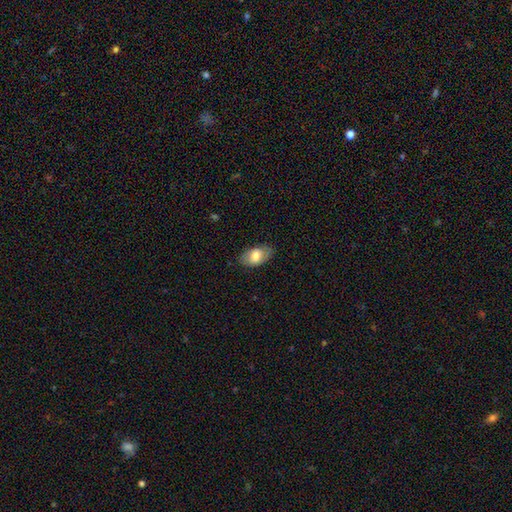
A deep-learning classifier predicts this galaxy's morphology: Smooth or featured: smooth — 72% (featured or disk — 22%)
How rounded: in between — 93% (round — 5%)
Merging: none — 80% (minor disturbance — 16%)